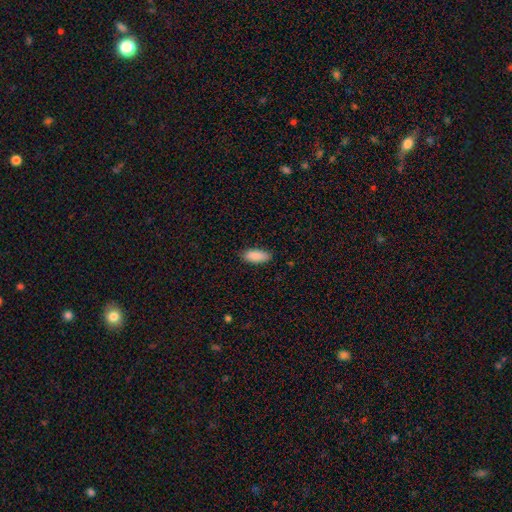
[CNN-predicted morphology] This appears to be a smooth galaxy with no disk features (90%) that is in between round and cigar-shaped (84%). Merging: none (86%).